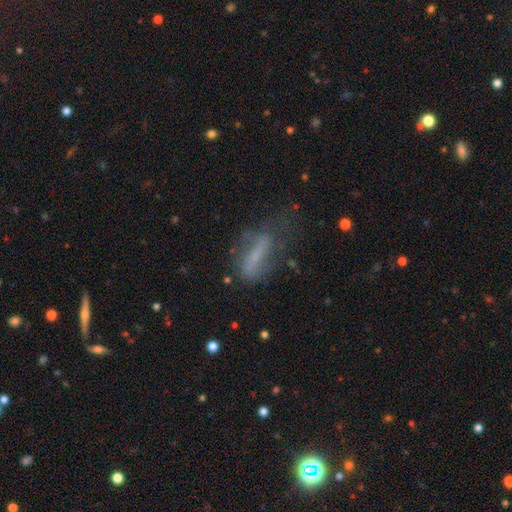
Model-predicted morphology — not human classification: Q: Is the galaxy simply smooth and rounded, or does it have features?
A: smooth — 51%.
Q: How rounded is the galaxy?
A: cigar-shaped — 53%.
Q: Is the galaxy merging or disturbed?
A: none — 39%.